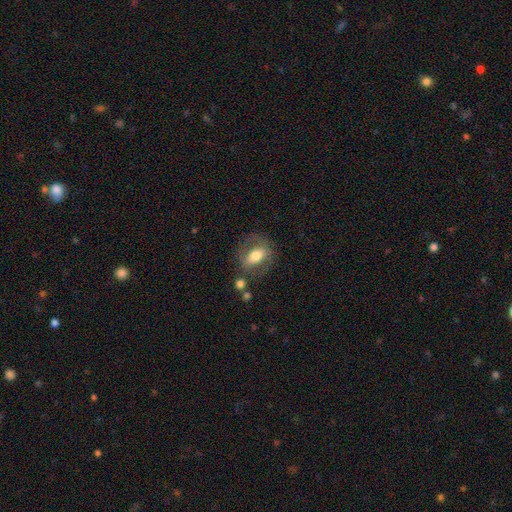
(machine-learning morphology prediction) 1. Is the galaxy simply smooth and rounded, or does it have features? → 47% featured or disk, 46% smooth, 7% star or artifact.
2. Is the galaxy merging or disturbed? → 65% none, 17% minor disturbance, 12% major disturbance, 6% merger.